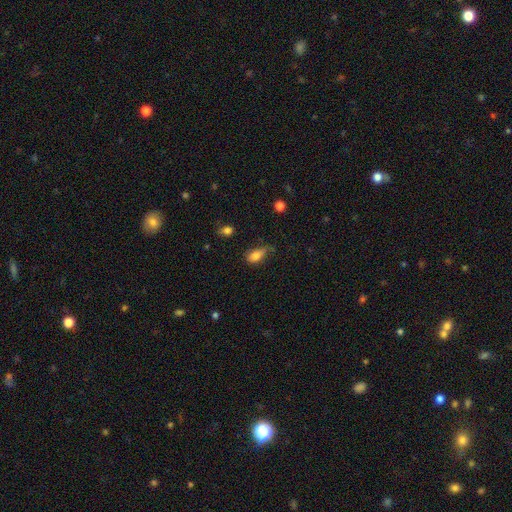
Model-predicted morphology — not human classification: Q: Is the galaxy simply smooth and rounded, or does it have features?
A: smooth — 77%.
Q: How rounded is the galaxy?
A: in between — 85%.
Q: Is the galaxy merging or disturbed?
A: minor disturbance — 39%.